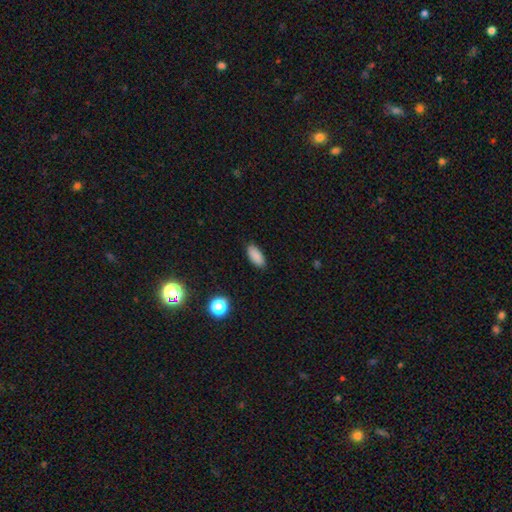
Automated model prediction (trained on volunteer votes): The model was most divided on "how rounded": in between: 87%, cigar-shaped: 11%, round: 3%. More confident: merging — none (88%); smooth or featured — smooth (88%).